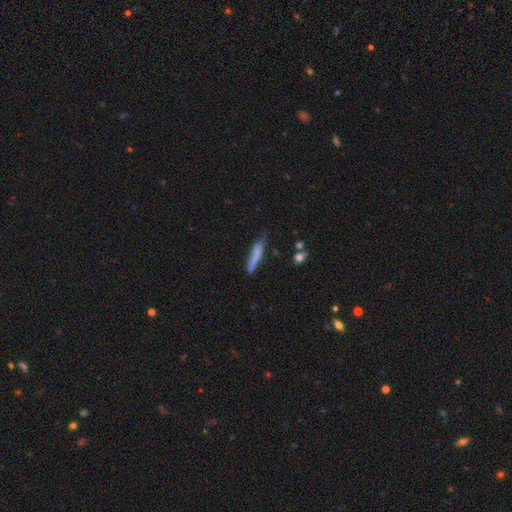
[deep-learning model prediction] Smooth or featured? Predicted: smooth (p=0.72). How rounded? Predicted: cigar-shaped (p=0.90). Merging? Predicted: none (p=0.63).